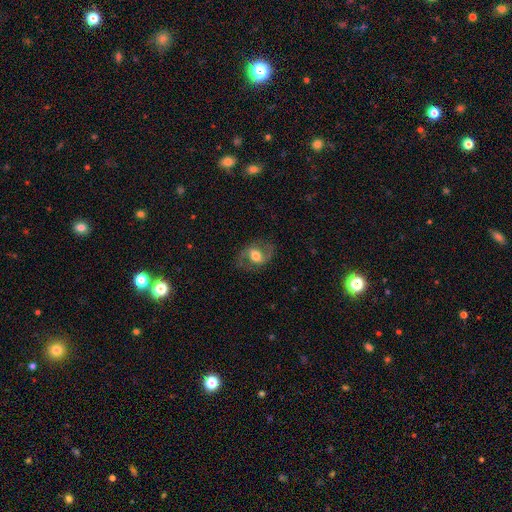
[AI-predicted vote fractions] Q: Smooth or featured?
A: featured or disk (66%); runner-up: smooth (27%)
Q: Edge-on disk?
A: no (95%); runner-up: yes (5%)
Q: Bar?
A: weak (41%); runner-up: no (39%)
Q: Spiral arms?
A: yes (84%); runner-up: no (16%)
Q: Spiral winding?
A: medium (46%); runner-up: loose (41%)
Q: Spiral arm count?
A: 2 (89%); runner-up: can't tell (5%)
Q: Bulge size?
A: moderate (56%); runner-up: large (28%)
Q: Merging?
A: none (72%); runner-up: minor disturbance (16%)